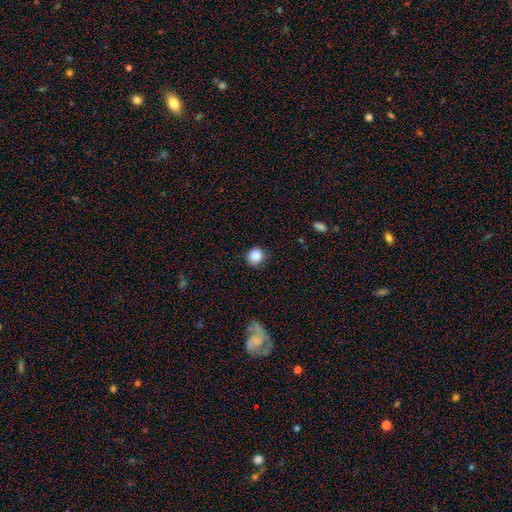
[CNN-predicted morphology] Q: Smooth or featured?
A: smooth (87%); runner-up: star or artifact (10%)
Q: How rounded?
A: round (87%); runner-up: in between (12%)
Q: Merging?
A: none (83%); runner-up: minor disturbance (12%)